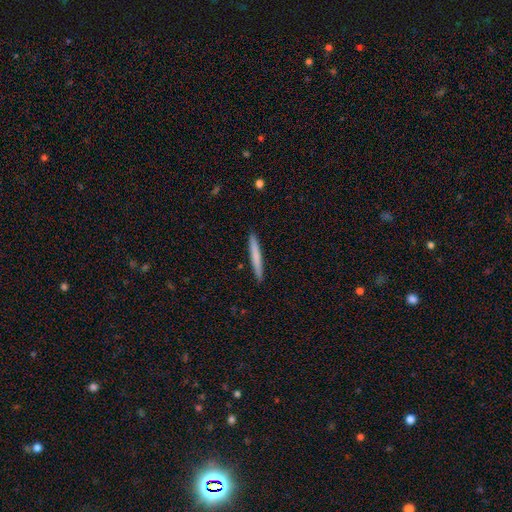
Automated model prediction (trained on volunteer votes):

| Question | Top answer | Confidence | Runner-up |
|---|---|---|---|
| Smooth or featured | smooth | 71% | featured or disk (23%) |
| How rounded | cigar-shaped | 97% | in between (2%) |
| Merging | none | 92% | minor disturbance (6%) |